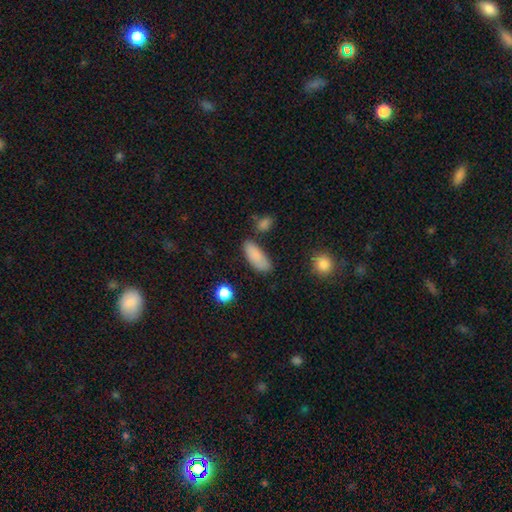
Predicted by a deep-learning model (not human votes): A smooth galaxy with no disk features (85%) that is in between round and cigar-shaped (77%). Merging: none (72%).